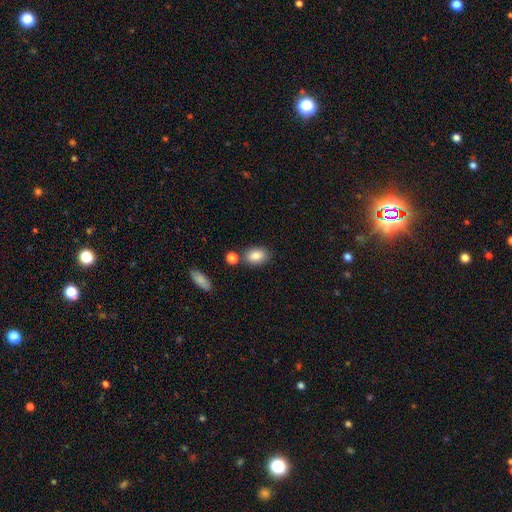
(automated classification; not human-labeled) Smooth or featured?
  - smooth: 84% *
  - featured or disk: 8%
  - star or artifact: 8%
How rounded?
  - in between: 84% *
  - round: 14%
  - cigar-shaped: 2%
Merging?
  - none: 72% *
  - merger: 13%
  - minor disturbance: 12%
  - major disturbance: 3%